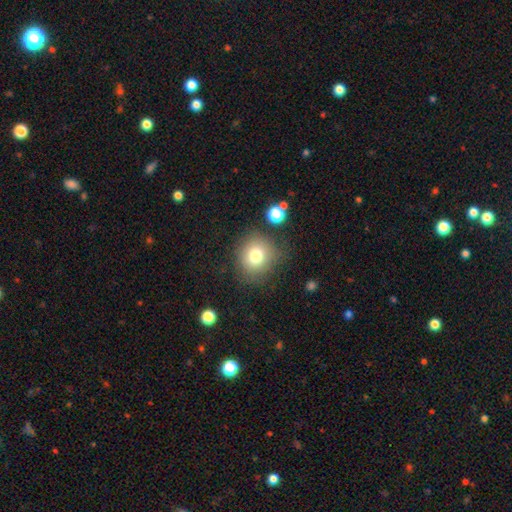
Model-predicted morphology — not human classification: smooth_or_featured: smooth (p=0.77) [alt: star or artifact p=0.13]
how_rounded: round (p=0.85) [alt: in between p=0.14]
merging: none (p=0.74) [alt: minor disturbance p=0.16]